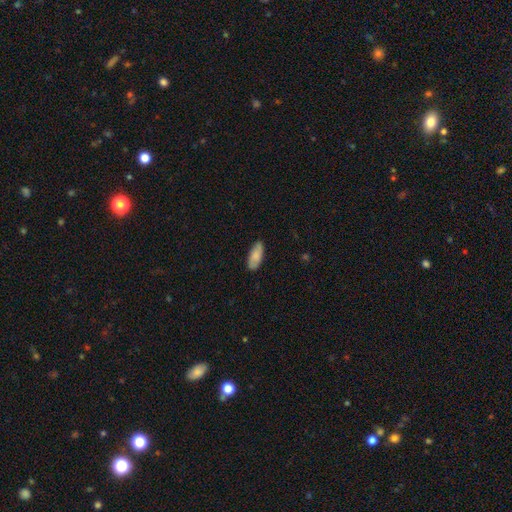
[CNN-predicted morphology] This appears to be a smooth galaxy with no disk features (81%) that is in between round and cigar-shaped (82%). Merging: none (84%).